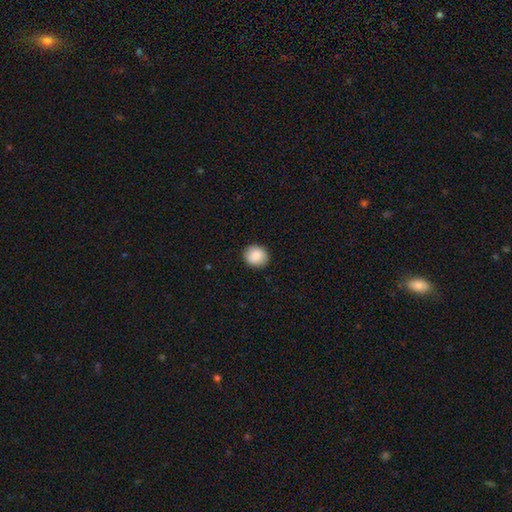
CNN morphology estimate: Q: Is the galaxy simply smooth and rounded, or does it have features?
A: smooth — 88%.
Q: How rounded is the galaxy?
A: round — 84%.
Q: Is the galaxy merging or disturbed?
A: none — 90%.